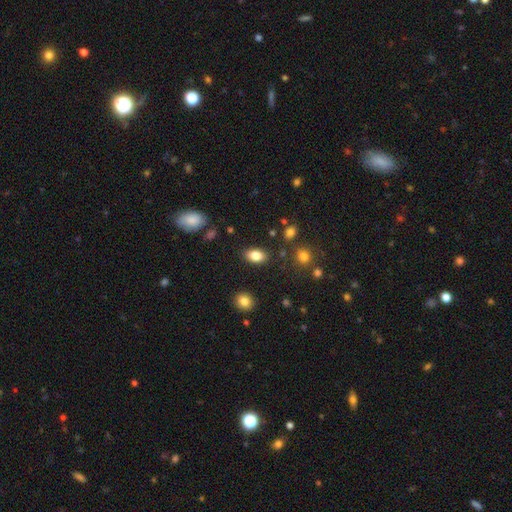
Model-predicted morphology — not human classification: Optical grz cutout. It shows a smooth galaxy with no disk features (84%) that is in between round and cigar-shaped (90%). Merging: none (84%).